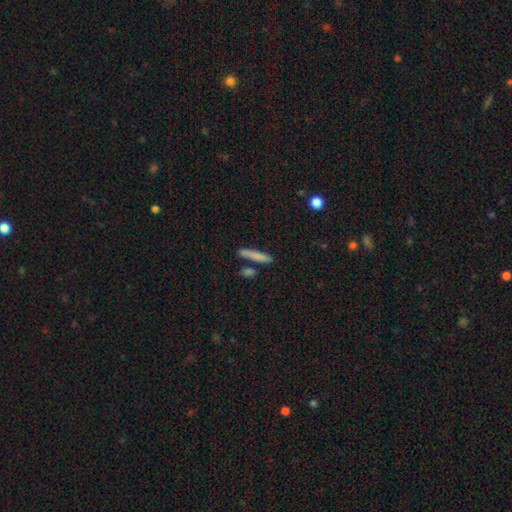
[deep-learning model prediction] Smooth or featured? Predicted: smooth (p=0.78). How rounded? Predicted: cigar-shaped (p=0.91). Merging? Predicted: none (p=0.79).